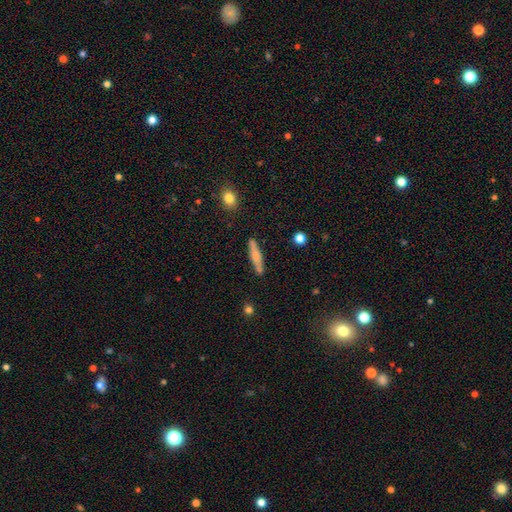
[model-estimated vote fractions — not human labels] Q: Smooth or featured?
A: smooth (56%); runner-up: featured or disk (38%)
Q: How rounded?
A: cigar-shaped (84%); runner-up: in between (14%)
Q: Merging?
A: none (82%); runner-up: minor disturbance (12%)